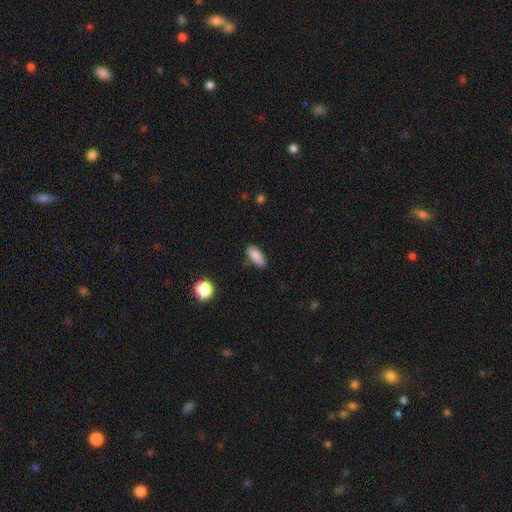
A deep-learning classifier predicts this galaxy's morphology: Smooth or featured? smooth (87%)
How rounded? in between (80%)
Merging? none (84%)